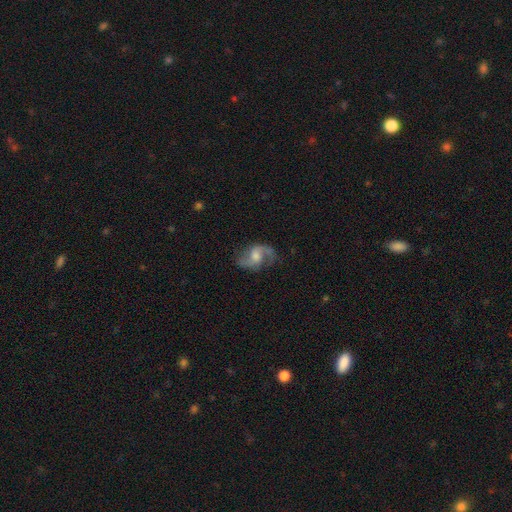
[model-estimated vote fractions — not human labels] Morphology: type=featured or disk (81%); edge-on=no (97%); bar=no (48%); spiral arms=yes (95%); winding=loose (54%); arm count=2 (88%); bulge=moderate (50%); merging=none (69%).